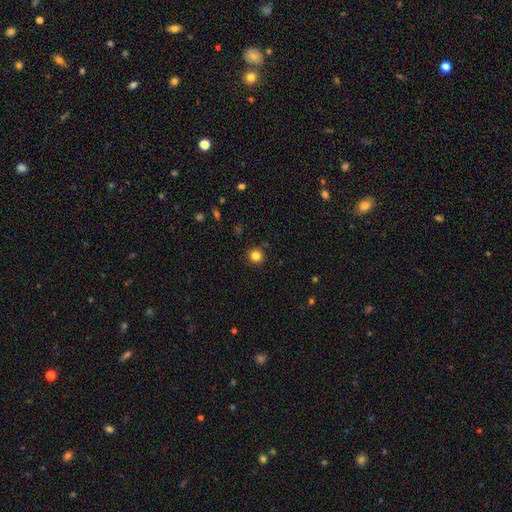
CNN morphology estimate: smooth 83%, star or artifact 12%, featured or disk 4%. Down the decision tree: how rounded — round (95%); merging — none (92%).